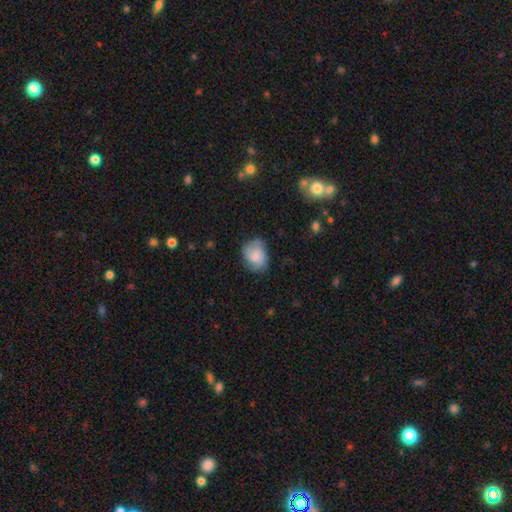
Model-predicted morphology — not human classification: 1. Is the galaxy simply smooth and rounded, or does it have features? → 63% smooth, 30% featured or disk, 8% star or artifact.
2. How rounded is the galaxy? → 49% round (tied), 49% in between (tied), 1% cigar-shaped.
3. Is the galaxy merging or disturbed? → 66% none, 25% minor disturbance, 8% major disturbance, 1% merger.